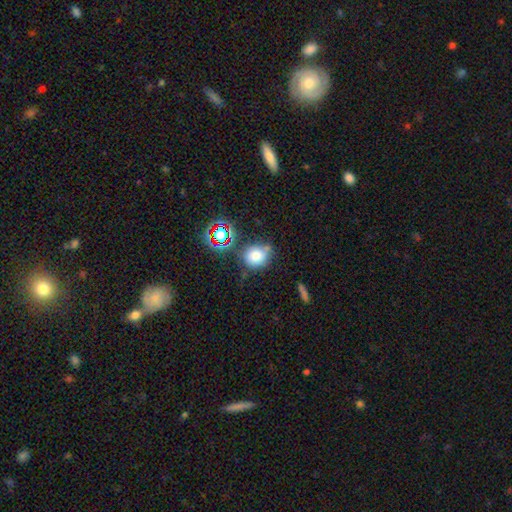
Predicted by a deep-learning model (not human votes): A smooth galaxy with no disk features (71%) that is round (76%).

Vote fractions:
- Smooth or featured? smooth: 71% / star or artifact: 18% / featured or disk: 11%
- How rounded? round: 76% / in between: 23% / cigar-shaped: 1%
- Merging? none: 65% / minor disturbance: 19% / merger: 10% / major disturbance: 6%